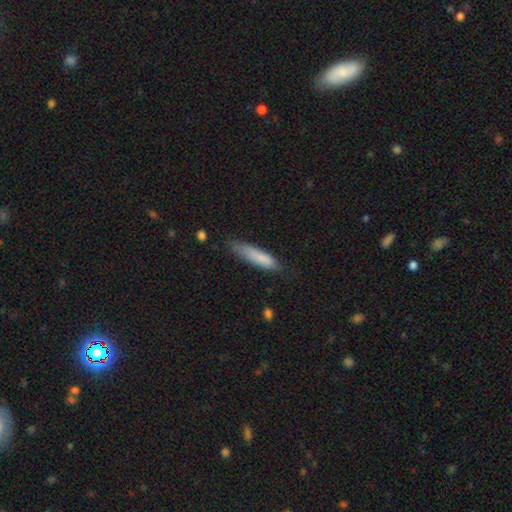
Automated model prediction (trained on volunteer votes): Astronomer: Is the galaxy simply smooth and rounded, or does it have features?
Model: smooth — 81%.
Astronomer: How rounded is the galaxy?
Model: cigar-shaped — 75%.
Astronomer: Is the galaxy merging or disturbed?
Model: none — 62%.